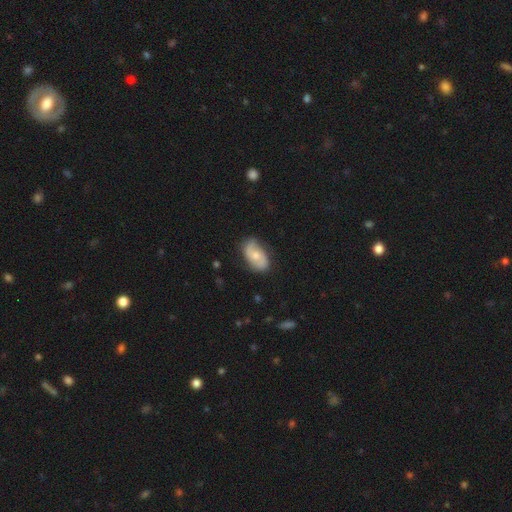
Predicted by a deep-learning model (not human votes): featured or disk 54%, smooth 40%, star or artifact 6%. Down the decision tree: edge-on disk — no (95%); bar — no (66%); spiral arms — yes (83%); bulge size — moderate (56%); merging — none (76%).